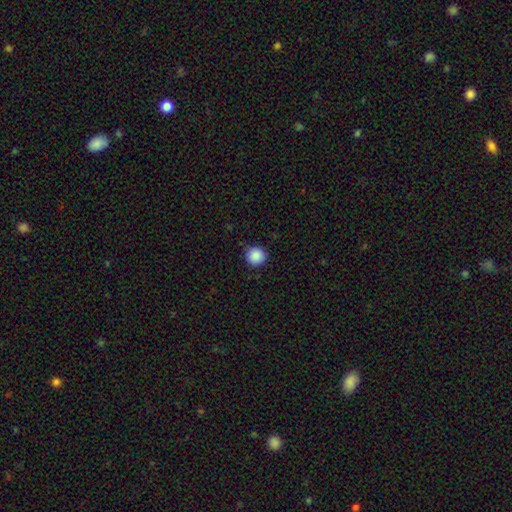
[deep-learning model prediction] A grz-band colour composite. It shows a smooth galaxy with no disk features (89%) that is round (92%). Merging: none (88%).